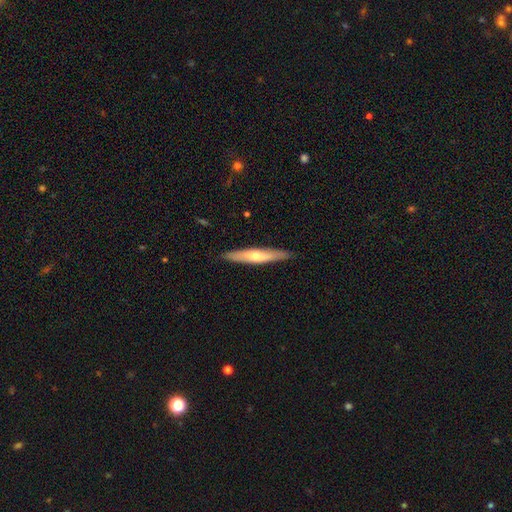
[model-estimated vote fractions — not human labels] Smooth or featured? Predicted: smooth (p=0.48). Merging? Predicted: none (p=0.89).